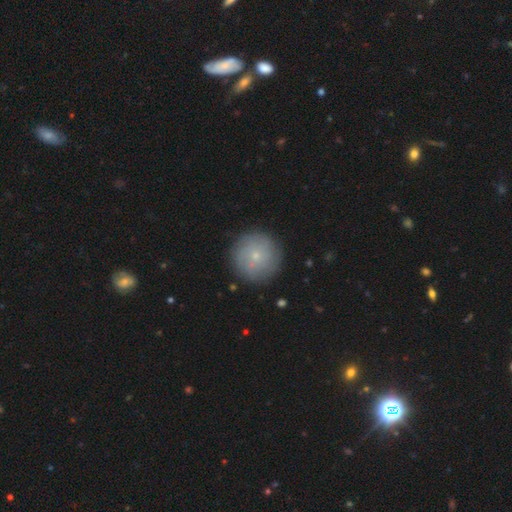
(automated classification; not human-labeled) Smooth or featured?
  - smooth: 65% *
  - featured or disk: 27%
  - star or artifact: 8%
How rounded?
  - round: 96% *
  - in between: 3%
  - cigar-shaped: 1%
Merging?
  - none: 87% *
  - minor disturbance: 9%
  - major disturbance: 3%
  - merger: 1%